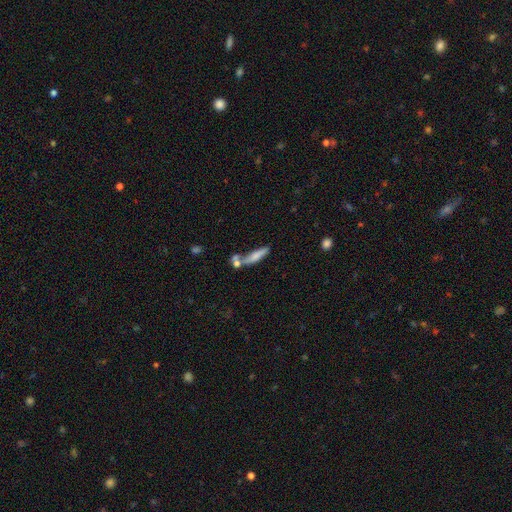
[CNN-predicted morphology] smooth 63%, featured or disk 29%, star or artifact 8%. Down the decision tree: how rounded — cigar-shaped (75%); merging — none (42%).